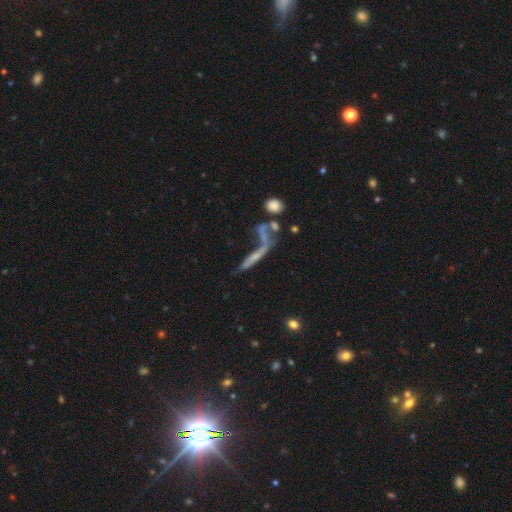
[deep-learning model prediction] This appears to be a featured or disk galaxy (46%). Merging: merger (37%).